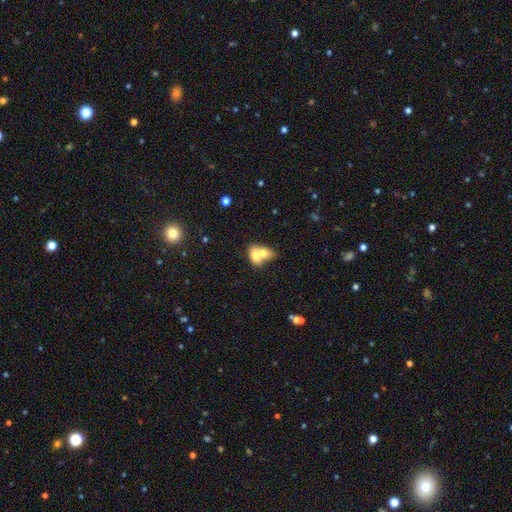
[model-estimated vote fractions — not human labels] This appears to be a smooth galaxy with no disk features (69%) that is in between round and cigar-shaped (76%). Merging: merger (78%).